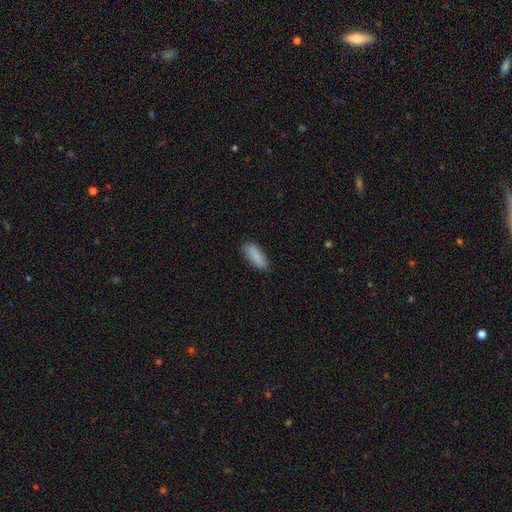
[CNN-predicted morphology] Q: Smooth or featured?
A: smooth (87%); runner-up: featured or disk (7%)
Q: How rounded?
A: in between (63%); runner-up: cigar-shaped (35%)
Q: Merging?
A: none (86%); runner-up: minor disturbance (11%)